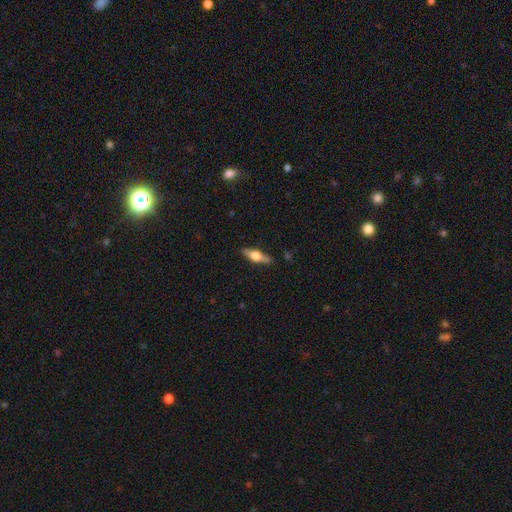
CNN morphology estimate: Smooth or featured?
  - featured or disk: 54% *
  - smooth: 40%
  - star or artifact: 6%
Edge-on disk?
  - yes: 93% *
  - no: 7%
Merging?
  - none: 85% *
  - minor disturbance: 11%
  - major disturbance: 2%
  - merger: 1%